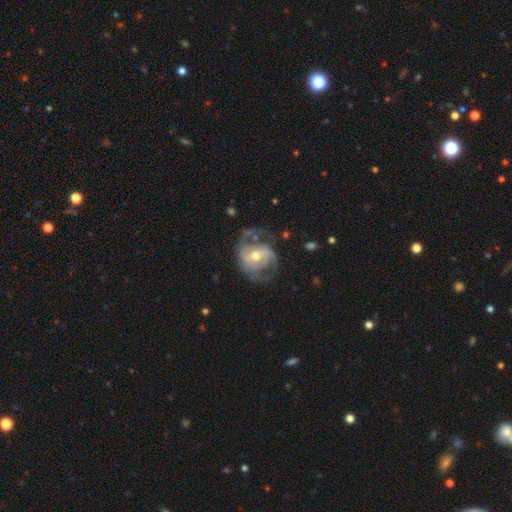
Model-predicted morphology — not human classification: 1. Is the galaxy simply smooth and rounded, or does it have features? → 79% featured or disk, 16% smooth, 5% star or artifact.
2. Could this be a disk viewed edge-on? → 97% no, 3% yes.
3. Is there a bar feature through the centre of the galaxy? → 51% no, 35% weak, 13% strong.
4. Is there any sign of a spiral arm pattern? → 84% yes, 16% no.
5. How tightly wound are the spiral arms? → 43% medium, 32% tight, 24% loose.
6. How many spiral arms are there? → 66% 2, 16% can't tell, 8% 1, 7% 3, 2% 4, 2% more than 4.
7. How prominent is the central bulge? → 72% moderate, 20% small, 6% large, 1% none, 1% dominant.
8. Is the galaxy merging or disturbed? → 54% none, 23% major disturbance, 21% minor disturbance, 2% merger.